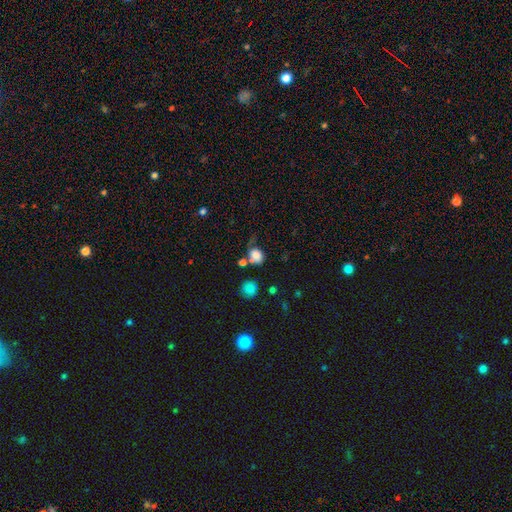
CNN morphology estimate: Smooth or featured? smooth (80%)
How rounded? round (52%)
Merging? none (44%)